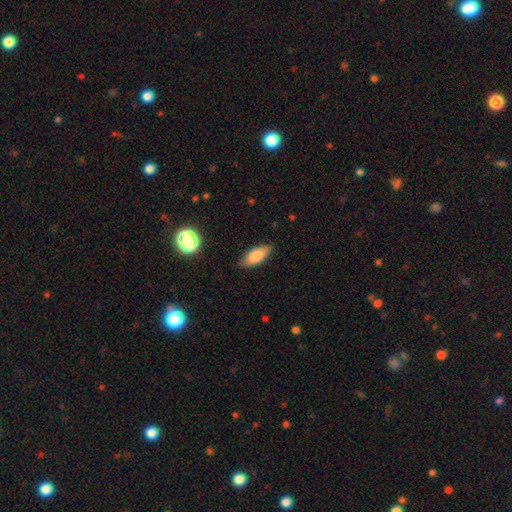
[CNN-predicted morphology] This is likely a smooth galaxy (79%). How rounded: clearly in between (83%). Merging: clearly none (84%).